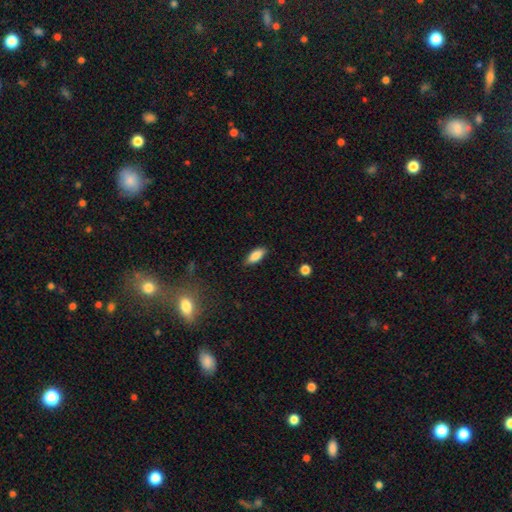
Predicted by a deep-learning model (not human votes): Q: Smooth or featured?
A: smooth (85%); runner-up: featured or disk (8%)
Q: How rounded?
A: in between (78%); runner-up: cigar-shaped (19%)
Q: Merging?
A: none (84%); runner-up: minor disturbance (13%)